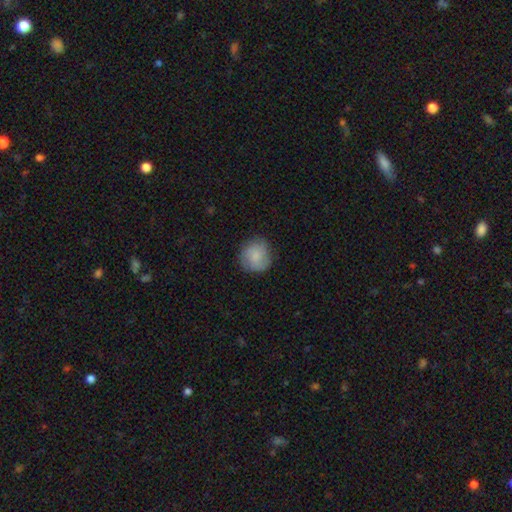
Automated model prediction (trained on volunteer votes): Q: Smooth or featured?
A: smooth (76%); runner-up: featured or disk (17%)
Q: How rounded?
A: round (89%); runner-up: in between (10%)
Q: Merging?
A: none (78%); runner-up: minor disturbance (16%)